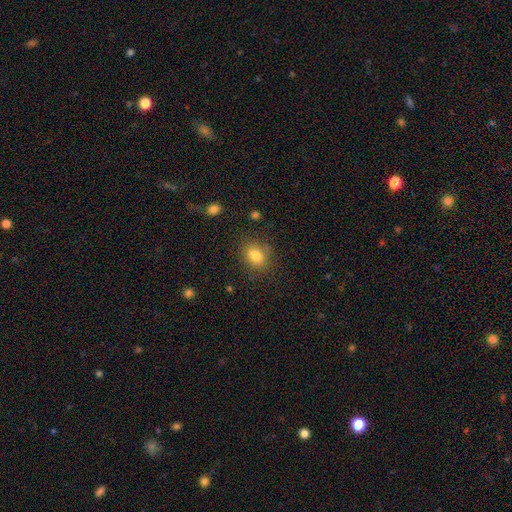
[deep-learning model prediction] smooth-or-featured: smooth: 81% | star or artifact: 11% | featured or disk: 8%
  how-rounded: in between: 59% | round: 40% | cigar-shaped: 1%
  merging: none: 80% | minor disturbance: 13% | major disturbance: 4% | merger: 3%